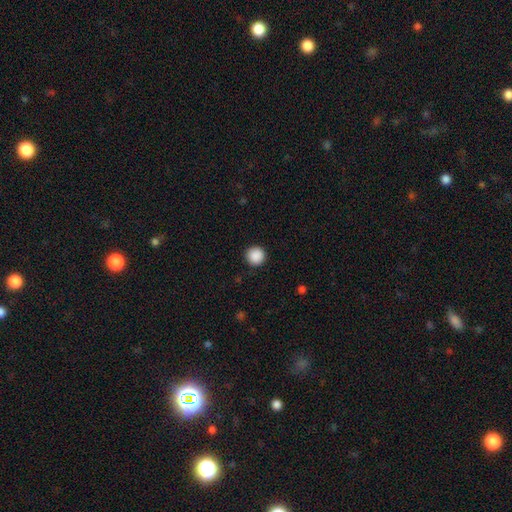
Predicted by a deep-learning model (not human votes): smooth-or-featured: smooth: 89% | star or artifact: 9% | featured or disk: 2%
  how-rounded: round: 96% | in between: 3% | cigar-shaped: 1%
  merging: none: 92% | minor disturbance: 5% | major disturbance: 2% | merger: 1%